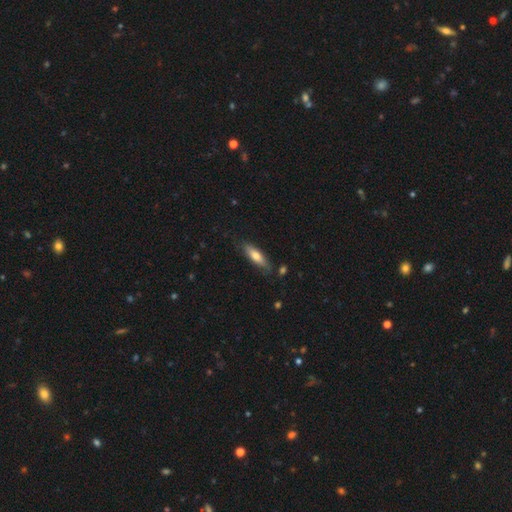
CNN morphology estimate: smooth_or_featured: smooth (p=0.65) [alt: featured or disk p=0.29]
how_rounded: cigar-shaped (p=0.58) [alt: in between p=0.40]
merging: none (p=0.77) [alt: minor disturbance p=0.17]